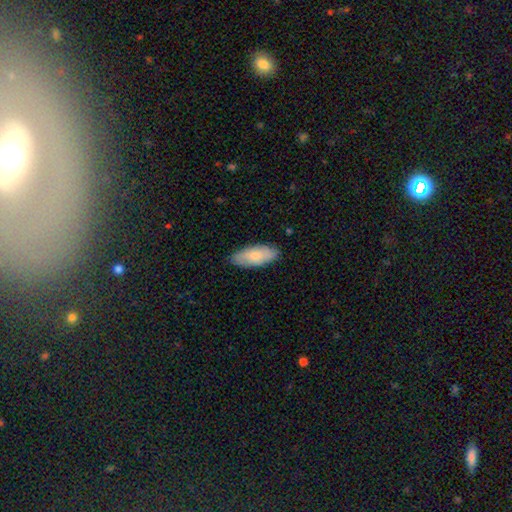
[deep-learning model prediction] A smooth galaxy with no disk features (79%) that is in between round and cigar-shaped (83%). Merging: none (85%).